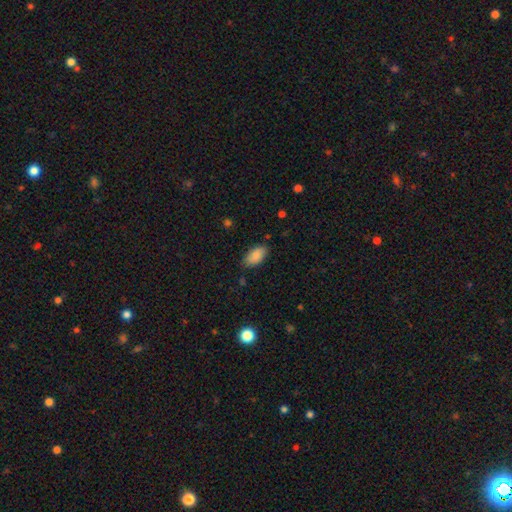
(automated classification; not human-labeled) Smooth or featured?
  - smooth: 86% *
  - star or artifact: 7%
  - featured or disk: 7%
How rounded?
  - in between: 94% *
  - cigar-shaped: 4%
  - round: 3%
Merging?
  - none: 82% *
  - minor disturbance: 14%
  - major disturbance: 3%
  - merger: 1%